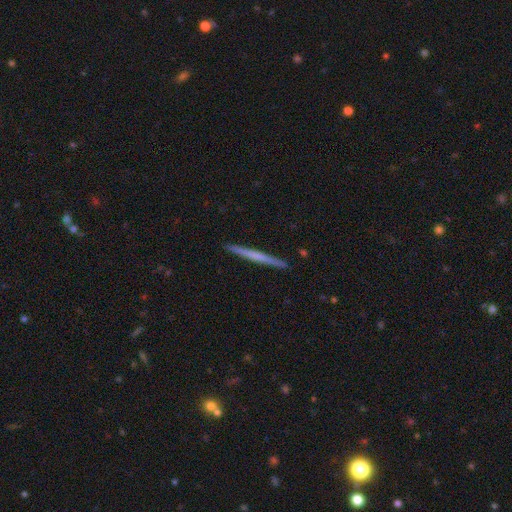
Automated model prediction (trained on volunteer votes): Smooth or featured: featured or disk — 52% (smooth — 43%)
Edge-on disk: yes — 98% (no — 2%)
Edge-on bulge: none — 81% (rounded — 13%)
Merging: none — 93% (minor disturbance — 5%)